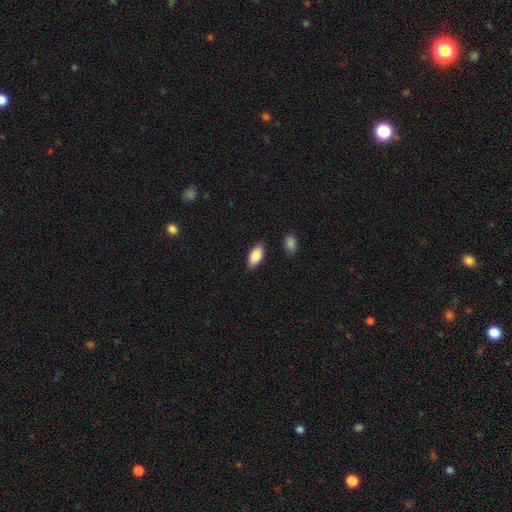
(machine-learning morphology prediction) Q: Smooth or featured?
A: smooth (87%); runner-up: featured or disk (7%)
Q: How rounded?
A: in between (90%); runner-up: cigar-shaped (8%)
Q: Merging?
A: none (86%); runner-up: minor disturbance (10%)